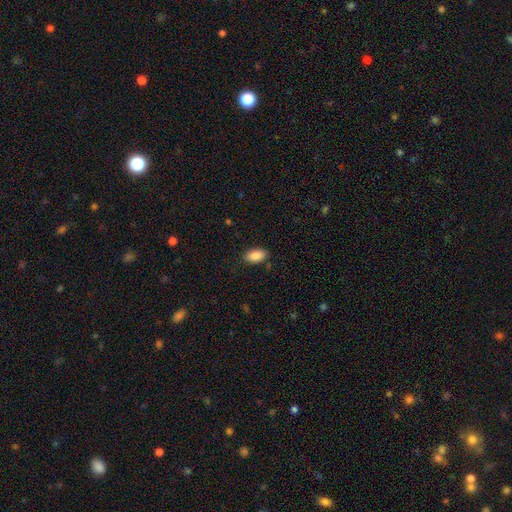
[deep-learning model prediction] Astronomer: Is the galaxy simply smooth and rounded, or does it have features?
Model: smooth — 88%.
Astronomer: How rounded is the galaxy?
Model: in between — 94%.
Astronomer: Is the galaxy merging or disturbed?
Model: none — 84%.